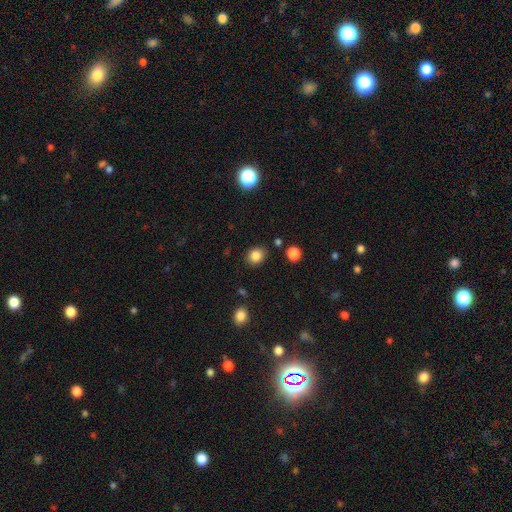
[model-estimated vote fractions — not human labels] Smooth or featured? Predicted: smooth (p=0.84). How rounded? Predicted: round (p=0.56). Merging? Predicted: none (p=0.83).